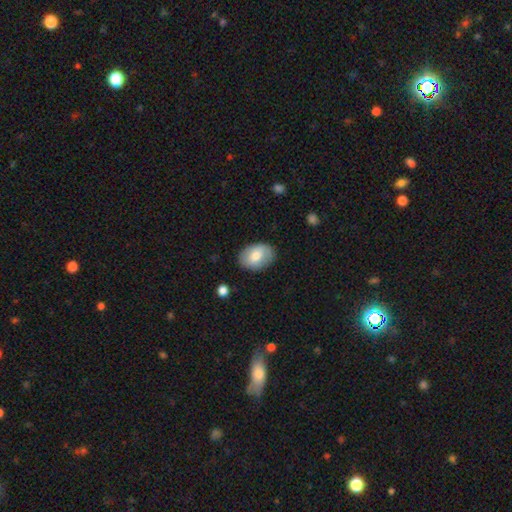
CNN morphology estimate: Smooth or featured? Predicted: smooth (p=0.69). How rounded? Predicted: in between (p=0.81). Merging? Predicted: none (p=0.82).